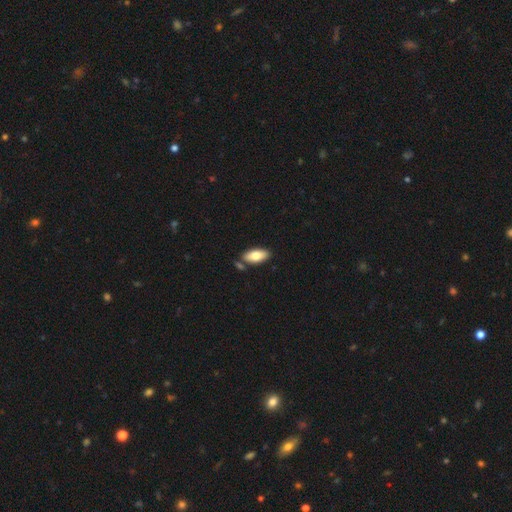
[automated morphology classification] This is likely a smooth galaxy (78%). How rounded: clearly in between (91%). Merging: likely none (76%).